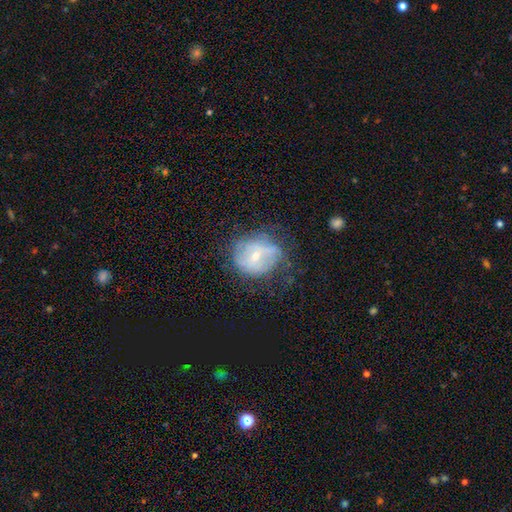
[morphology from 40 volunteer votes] type=featured or disk (52%); edge-on=no (95%); bar=no (60%); spiral arms=no (65%); bulge=small (50%); merging=none (51%).